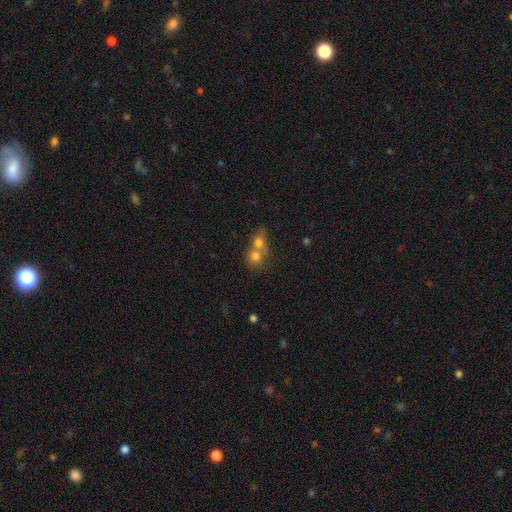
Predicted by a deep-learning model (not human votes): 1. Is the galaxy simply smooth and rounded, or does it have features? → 72% smooth, 16% featured or disk, 12% star or artifact.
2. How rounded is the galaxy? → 76% round, 23% in between, 1% cigar-shaped.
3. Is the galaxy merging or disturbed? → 66% merger, 25% none, 5% minor disturbance, 3% major disturbance.